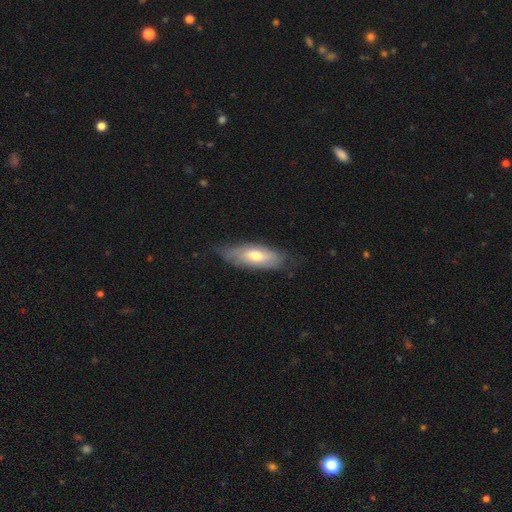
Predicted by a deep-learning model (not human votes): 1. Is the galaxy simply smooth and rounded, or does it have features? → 60% smooth, 34% featured or disk, 6% star or artifact.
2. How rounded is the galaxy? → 67% in between, 31% cigar-shaped, 2% round.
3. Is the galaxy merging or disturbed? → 67% none, 26% minor disturbance, 6% major disturbance, 1% merger.